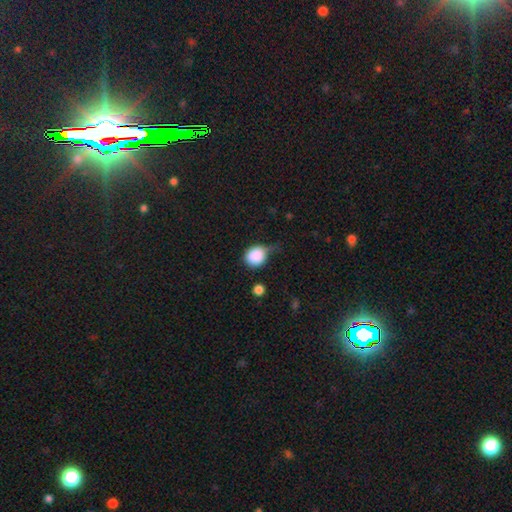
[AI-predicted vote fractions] smooth 86%, star or artifact 8%, featured or disk 5%. Down the decision tree: how rounded — round (77%); merging — minor disturbance (41%).